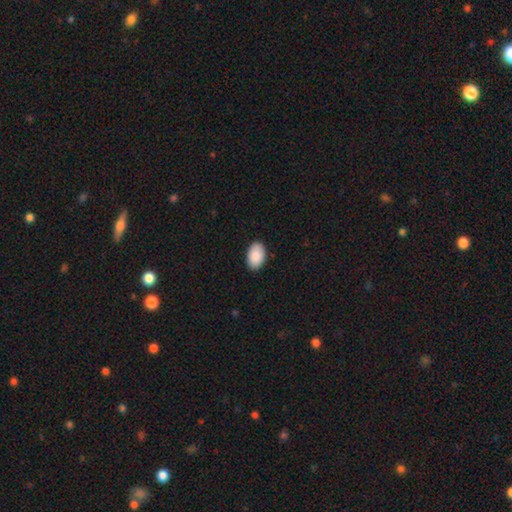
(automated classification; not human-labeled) A smooth galaxy with no disk features (90%) that is in between round and cigar-shaped (91%). Merging: none (89%).